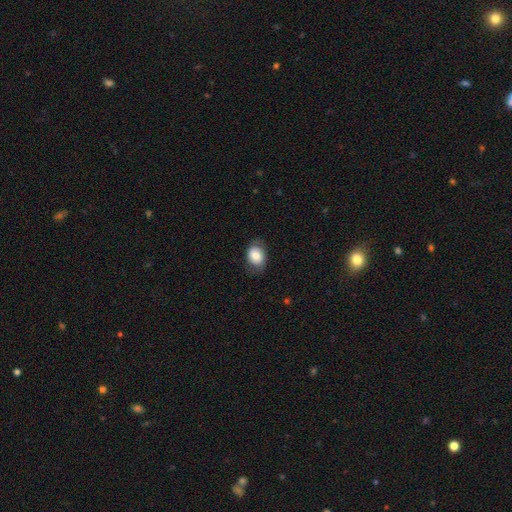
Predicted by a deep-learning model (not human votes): This appears to be a smooth galaxy with no disk features (73%) that is in between round and cigar-shaped (70%). Merging: none (72%).